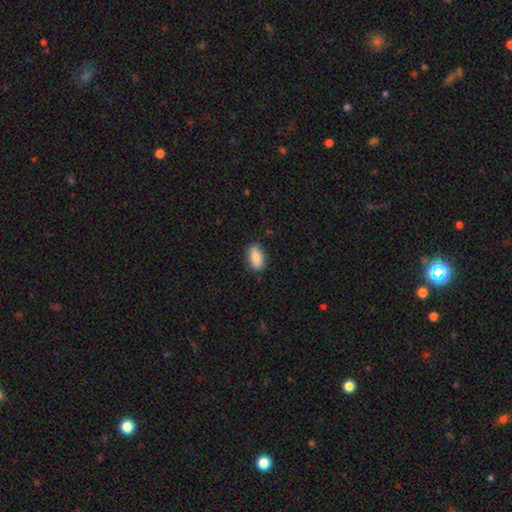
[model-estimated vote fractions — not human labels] Smooth or featured? Predicted: smooth (p=0.84). How rounded? Predicted: in between (p=0.90). Merging? Predicted: none (p=0.85).